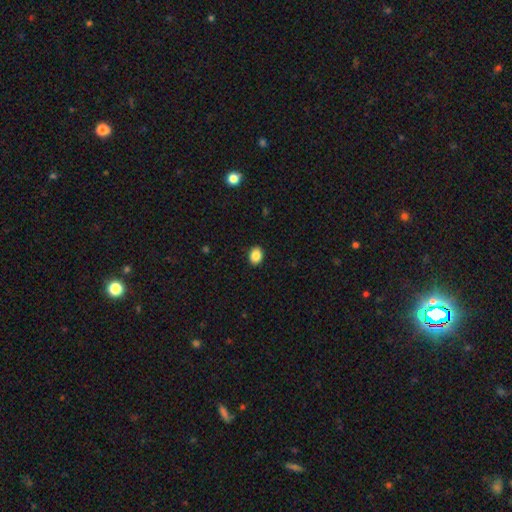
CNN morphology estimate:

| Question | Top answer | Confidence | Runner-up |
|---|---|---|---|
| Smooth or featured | smooth | 87% | star or artifact (9%) |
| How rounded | in between | 57% | round (43%) |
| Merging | none | 90% | minor disturbance (7%) |